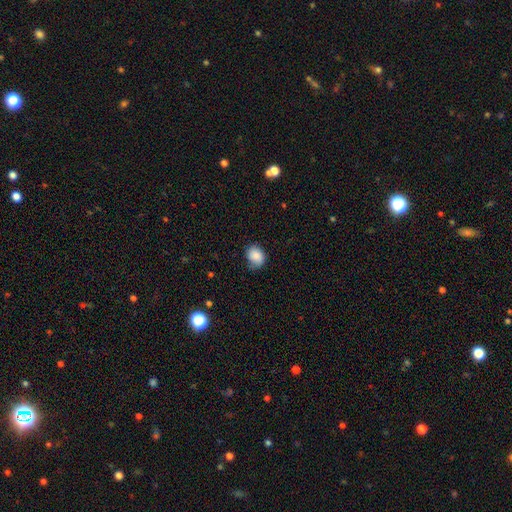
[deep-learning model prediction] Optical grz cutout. It shows a smooth galaxy with no disk features (83%) that is round (52%). Merging: none (60%).